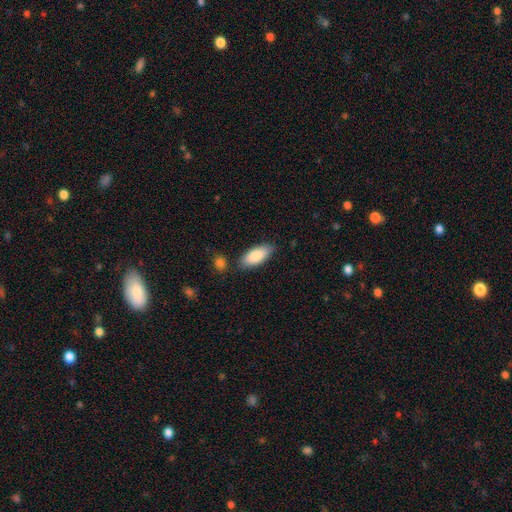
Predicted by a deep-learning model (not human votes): Smooth or featured?
  - smooth: 85% *
  - featured or disk: 9%
  - star or artifact: 6%
How rounded?
  - in between: 86% *
  - cigar-shaped: 12%
  - round: 2%
Merging?
  - none: 78% *
  - minor disturbance: 13%
  - merger: 5%
  - major disturbance: 3%